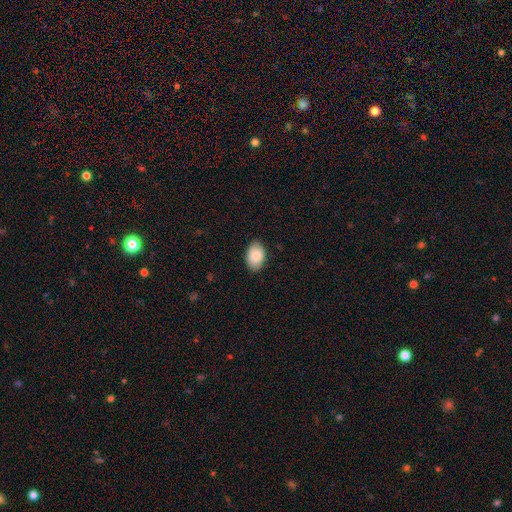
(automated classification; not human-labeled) Morphology: type=smooth (88%); roundness=in between (90%); merging=none (86%).